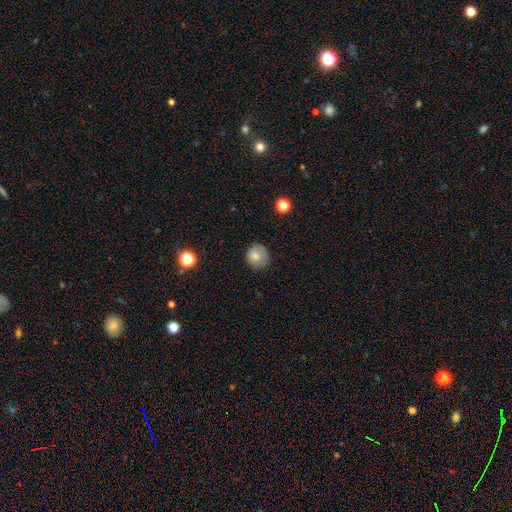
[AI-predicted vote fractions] The model was most divided on "merging": none: 73%, minor disturbance: 20%, major disturbance: 5%, merger: 1%. More confident: how rounded — round (85%); smooth or featured — smooth (77%).